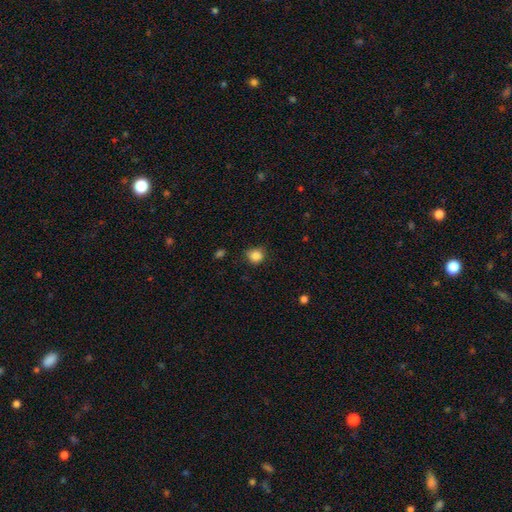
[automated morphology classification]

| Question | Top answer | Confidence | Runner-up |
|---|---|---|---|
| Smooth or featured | smooth | 86% | star or artifact (11%) |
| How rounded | round | 84% | in between (15%) |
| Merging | none | 77% | minor disturbance (18%) |